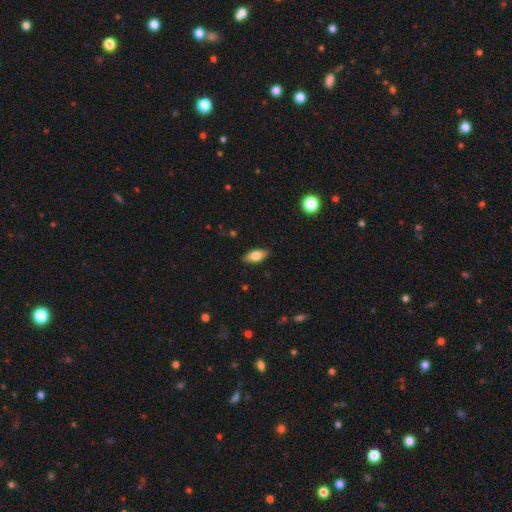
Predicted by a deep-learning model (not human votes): Morphology: type=smooth (76%); roundness=in between (84%); merging=none (87%).